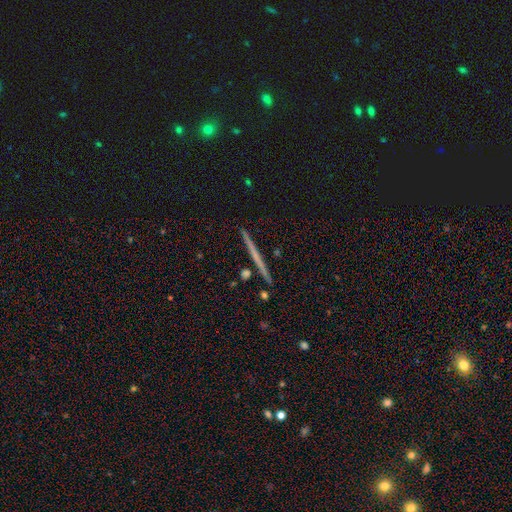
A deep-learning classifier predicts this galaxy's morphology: smooth_or_featured: featured or disk (p=0.57) [alt: smooth p=0.36]
disk_edge_on: yes (p=0.98) [alt: no p=0.02]
edge_on_bulge: none (p=0.82) [alt: rounded p=0.13]
merging: none (p=0.92) [alt: minor disturbance p=0.06]